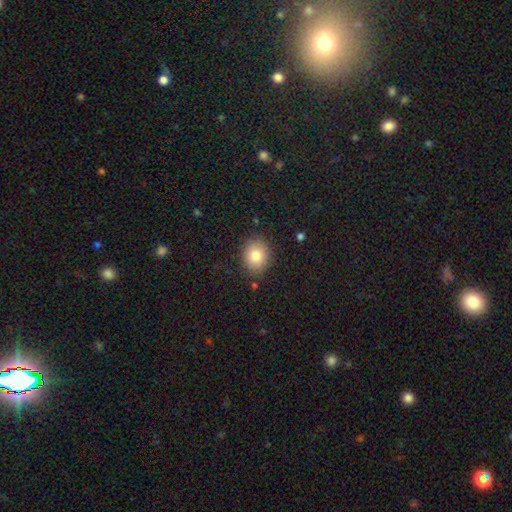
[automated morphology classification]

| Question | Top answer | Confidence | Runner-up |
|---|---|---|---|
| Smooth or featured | smooth | 81% | star or artifact (10%) |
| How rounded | round | 61% | in between (38%) |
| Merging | none | 86% | minor disturbance (10%) |